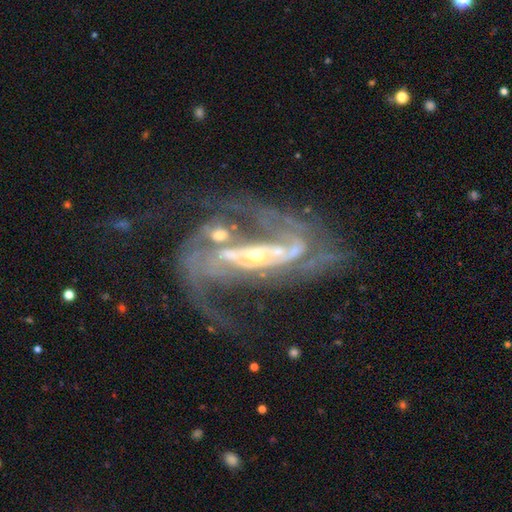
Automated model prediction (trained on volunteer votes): Smooth or featured: featured or disk — 88% (star or artifact — 7%)
Edge-on disk: no — 94% (yes — 6%)
Bar: strong — 51% (weak — 28%)
Spiral arms: yes — 94% (no — 6%)
Spiral winding: medium — 45% (loose — 36%)
Spiral arm count: 2 — 64% (can't tell — 12%)
Bulge size: small — 62% (moderate — 30%)
Merging: none — 31% (merger — 28%)